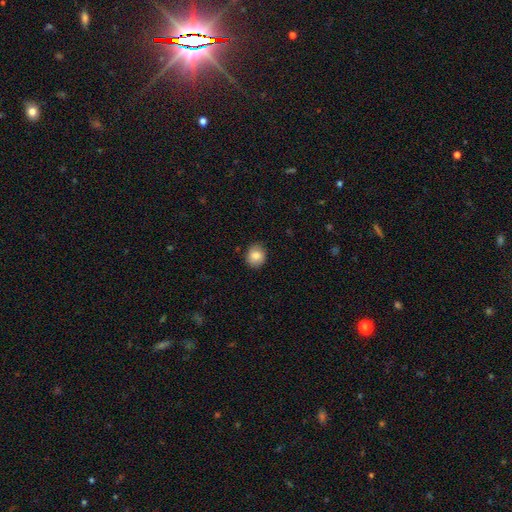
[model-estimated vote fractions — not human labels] Smooth or featured?
  - smooth: 83% *
  - featured or disk: 9%
  - star or artifact: 8%
How rounded?
  - round: 78% *
  - in between: 21%
  - cigar-shaped: 1%
Merging?
  - none: 85% *
  - minor disturbance: 11%
  - major disturbance: 2%
  - merger: 1%